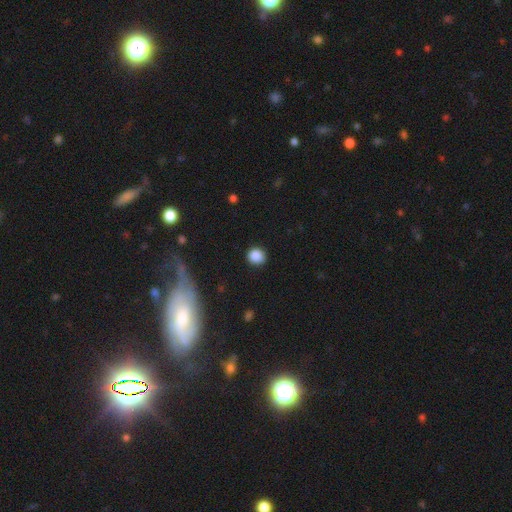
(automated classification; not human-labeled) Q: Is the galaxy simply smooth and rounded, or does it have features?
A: smooth — 86%.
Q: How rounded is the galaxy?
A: round — 89%.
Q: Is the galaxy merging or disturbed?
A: none — 89%.